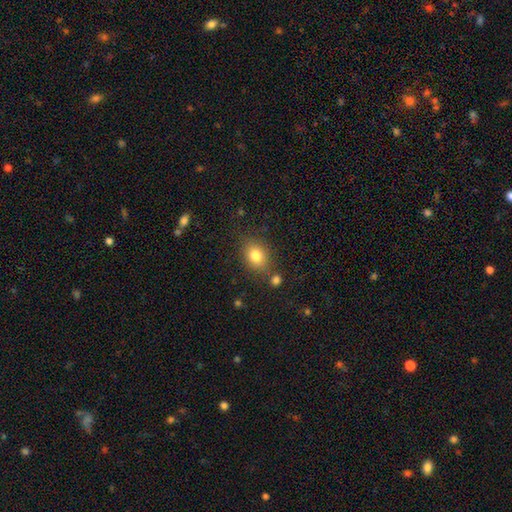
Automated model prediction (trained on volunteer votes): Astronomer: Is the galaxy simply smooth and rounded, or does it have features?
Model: smooth — 81%.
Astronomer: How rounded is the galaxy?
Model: in between — 58% (runner-up: round, 41%).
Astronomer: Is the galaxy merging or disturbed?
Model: none — 76%.